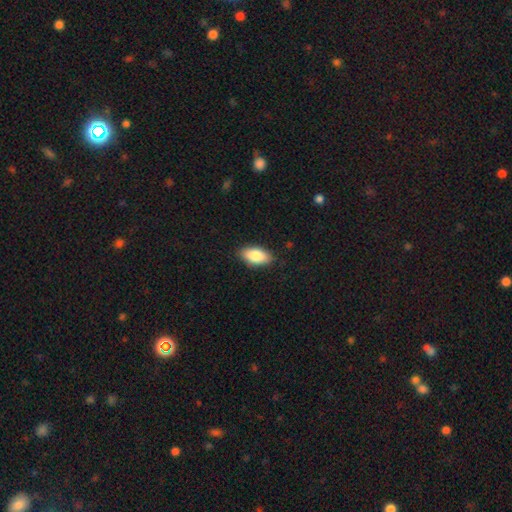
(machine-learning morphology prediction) The model was most divided on "smooth or featured": smooth: 84%, featured or disk: 10%, star or artifact: 6%. More confident: how rounded — in between (92%); merging — none (87%).